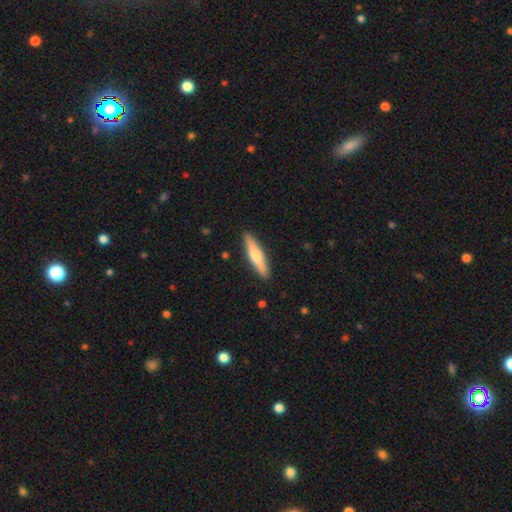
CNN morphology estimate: Smooth or featured? Predicted: smooth (p=0.57). How rounded? Predicted: cigar-shaped (p=0.84). Merging? Predicted: none (p=0.89).